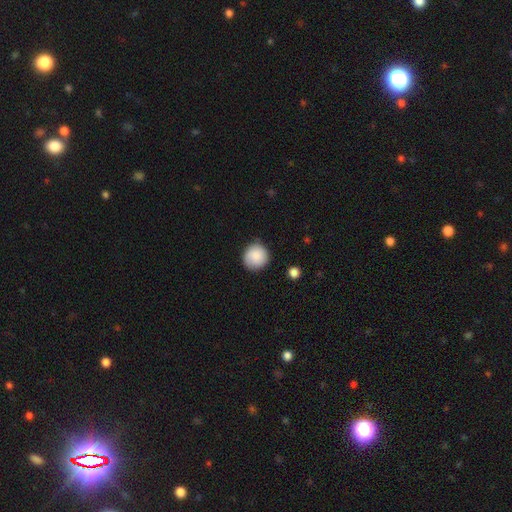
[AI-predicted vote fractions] A smooth galaxy with no disk features (85%) that is round (93%).

Vote fractions:
- Smooth or featured? smooth: 85% / featured or disk: 7% / star or artifact: 7%
- How rounded? round: 93% / in between: 6% / cigar-shaped: 1%
- Merging? none: 84% / minor disturbance: 12% / major disturbance: 3% / merger: 2%